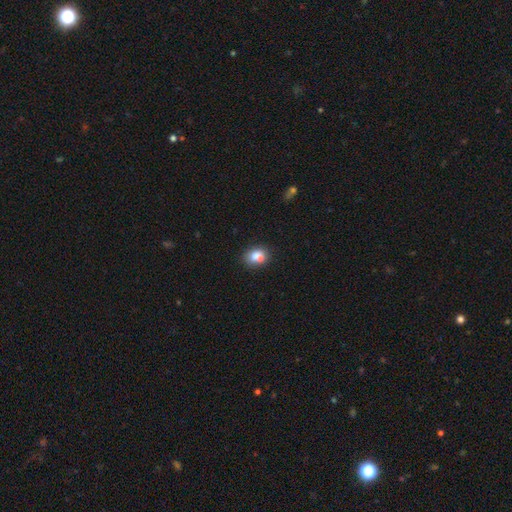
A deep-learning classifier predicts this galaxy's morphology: smooth_or_featured: smooth (p=0.78) [alt: featured or disk p=0.12]
how_rounded: in between (p=0.53) [alt: round p=0.46]
merging: none (p=0.53) [alt: merger p=0.28]